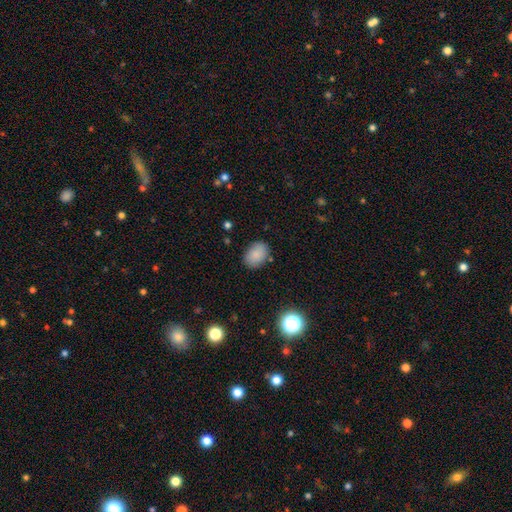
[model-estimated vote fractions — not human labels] Smooth or featured? smooth (85%)
How rounded? in between (78%)
Merging? none (84%)